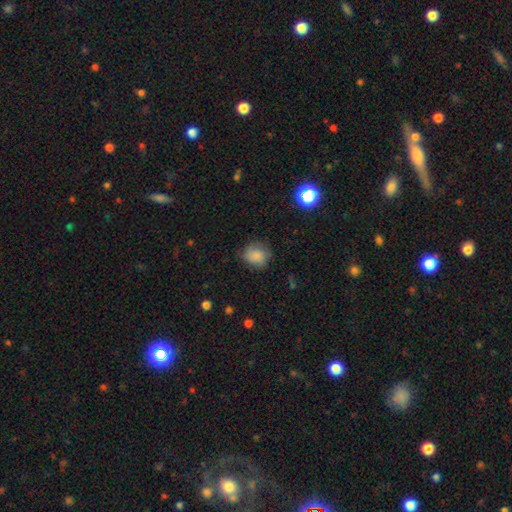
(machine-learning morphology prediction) A smooth galaxy with no disk features (82%) that is round (73%). Merging: none (70%).